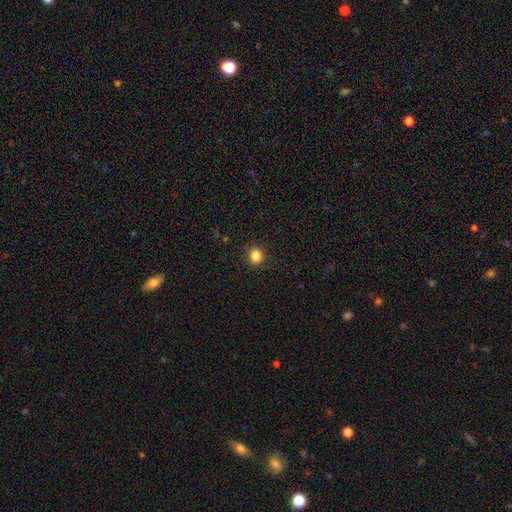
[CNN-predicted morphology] This appears to be a smooth galaxy with no disk features (85%) that is round (74%). Merging: none (89%).